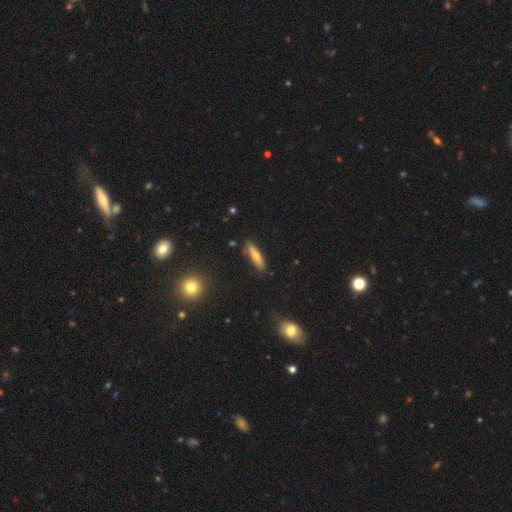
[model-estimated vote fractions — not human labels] A smooth galaxy with no disk features (69%) that is cigar-shaped (79%).

Vote fractions:
- Smooth or featured? smooth: 69% / featured or disk: 23% / star or artifact: 8%
- How rounded? cigar-shaped: 79% / in between: 19% / round: 2%
- Merging? none: 79% / minor disturbance: 15% / major disturbance: 3% / merger: 3%